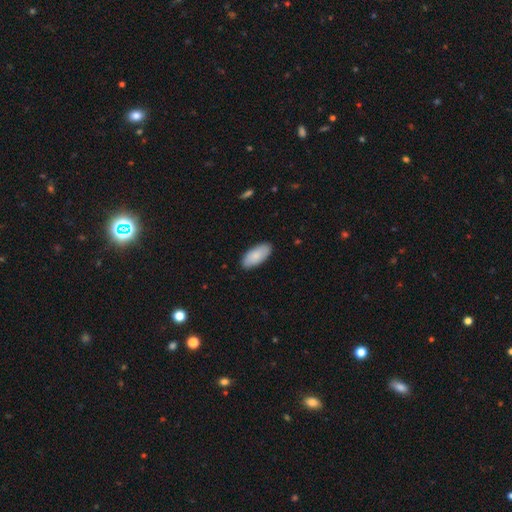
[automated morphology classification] A smooth galaxy with no disk features (86%) that is in between round and cigar-shaped (91%).

Vote fractions:
- Smooth or featured? smooth: 86% / featured or disk: 9% / star or artifact: 5%
- How rounded? in between: 91% / cigar-shaped: 7% / round: 2%
- Merging? none: 88% / minor disturbance: 9% / major disturbance: 2% / merger: 1%